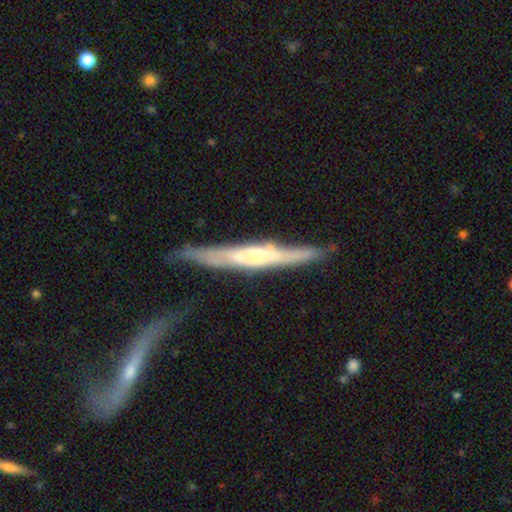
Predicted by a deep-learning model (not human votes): This appears to be a featured or disk galaxy (70%) viewed edge-on (87%) with a rounded central bulge (43%). Merging: none (66%).